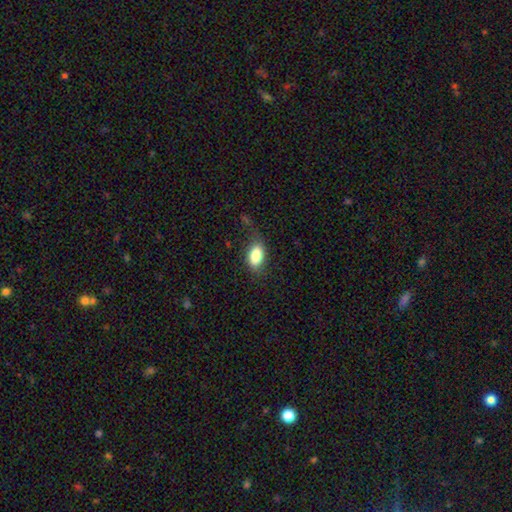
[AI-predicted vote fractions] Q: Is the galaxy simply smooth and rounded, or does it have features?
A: smooth — 84%.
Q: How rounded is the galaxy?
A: in between — 90%.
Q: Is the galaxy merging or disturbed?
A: none — 63%.